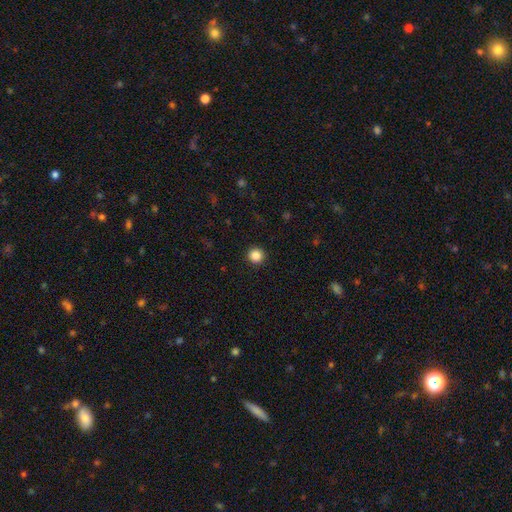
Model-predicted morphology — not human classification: Smooth or featured?
  - smooth: 86% *
  - star or artifact: 11%
  - featured or disk: 3%
How rounded?
  - round: 95% *
  - in between: 4%
  - cigar-shaped: 1%
Merging?
  - none: 93% *
  - minor disturbance: 4%
  - major disturbance: 2%
  - merger: 1%